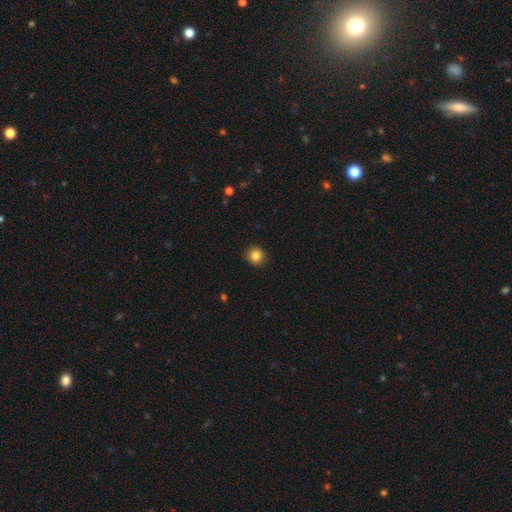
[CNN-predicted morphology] type=smooth (85%); roundness=round (92%); merging=none (91%).